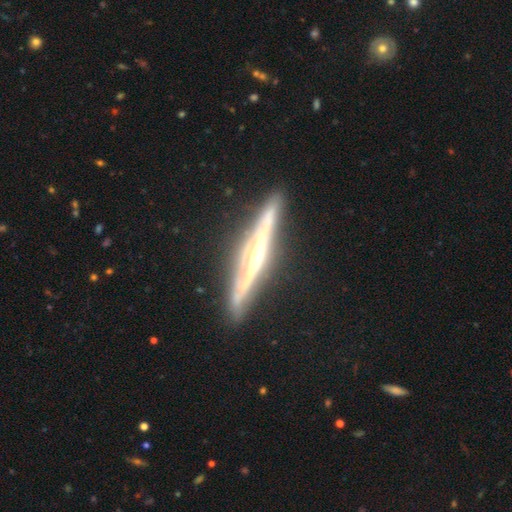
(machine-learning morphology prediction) Smooth or featured: featured or disk — 84% (smooth — 10%)
Edge-on disk: yes — 97% (no — 3%)
Edge-on bulge: rounded — 70% (none — 19%)
Merging: none — 86% (minor disturbance — 10%)